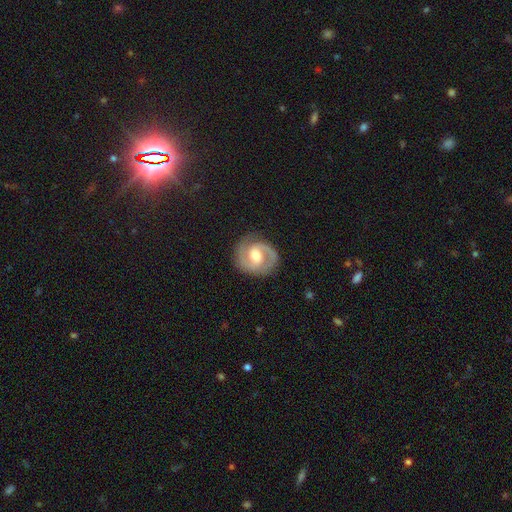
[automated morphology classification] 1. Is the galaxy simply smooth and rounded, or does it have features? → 84% featured or disk, 11% smooth, 5% star or artifact.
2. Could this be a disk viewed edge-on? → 98% no, 2% yes.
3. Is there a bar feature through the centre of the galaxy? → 46% weak, 40% no, 13% strong.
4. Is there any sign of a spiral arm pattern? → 94% yes, 6% no.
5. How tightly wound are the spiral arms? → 49% medium, 40% tight, 11% loose.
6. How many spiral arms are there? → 87% 2, 5% 1, 4% can't tell, 2% 3, 1% 4, 1% more than 4.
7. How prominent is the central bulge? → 72% moderate, 18% small, 8% large, 1% none, 1% dominant.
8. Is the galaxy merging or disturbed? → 82% none, 12% minor disturbance, 4% major disturbance, 1% merger.